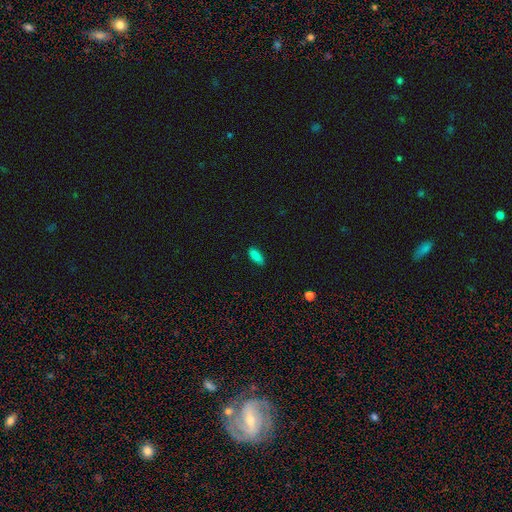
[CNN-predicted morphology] smooth-or-featured: smooth: 86% | star or artifact: 9% | featured or disk: 5%
  how-rounded: in between: 81% | cigar-shaped: 16% | round: 2%
  merging: none: 86% | minor disturbance: 11% | major disturbance: 2% | merger: 1%